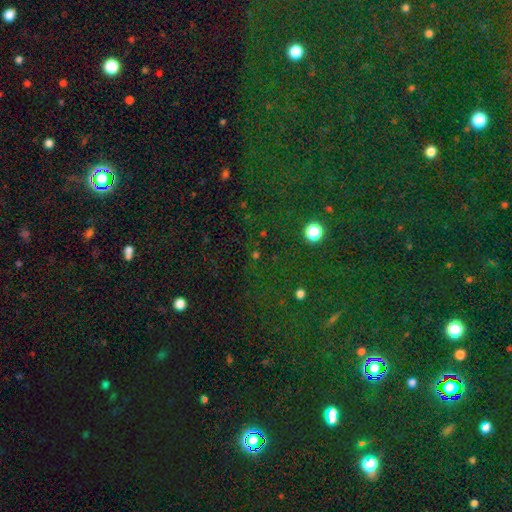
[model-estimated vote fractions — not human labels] Morphology: type=star or artifact (65%).